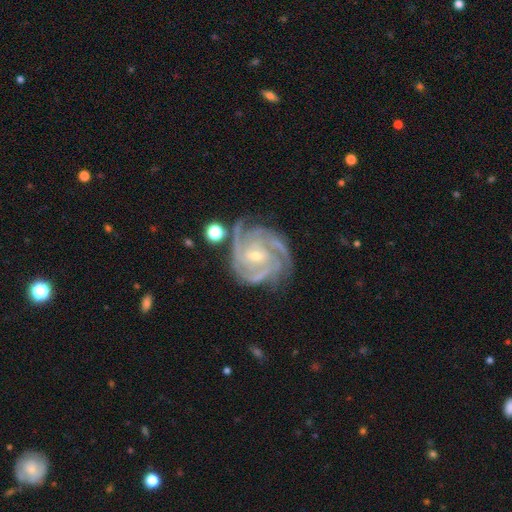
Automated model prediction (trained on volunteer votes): smooth_or_featured: featured or disk (p=0.92) [alt: star or artifact p=0.05]
disk_edge_on: no (p=0.98) [alt: yes p=0.02]
bar: weak (p=0.42) [alt: no p=0.41]
has_spiral_arms: yes (p=0.99) [alt: no p=0.01]
spiral_winding: tight (p=0.69) [alt: medium p=0.28]
spiral_arm_count: 3 (p=0.37) [alt: 4 p=0.35]
bulge_size: small (p=0.66) [alt: moderate p=0.31]
merging: none (p=0.70) [alt: minor disturbance p=0.19]